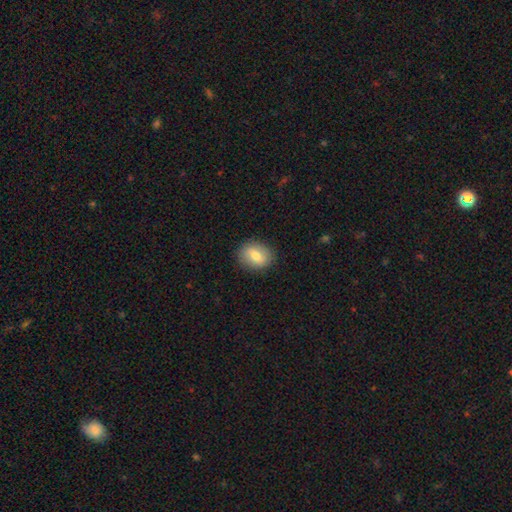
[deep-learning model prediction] This appears to be a smooth galaxy with no disk features (73%) that is in between round and cigar-shaped (50%). Merging: none (88%).